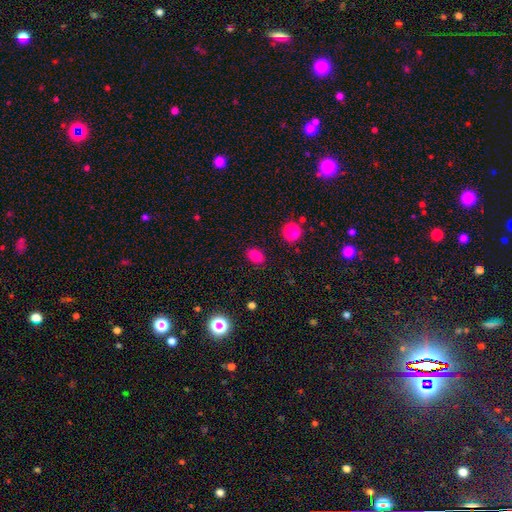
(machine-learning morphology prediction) smooth_or_featured: smooth (p=0.82) [alt: star or artifact p=0.12]
how_rounded: in between (p=0.69) [alt: round p=0.29]
merging: none (p=0.88) [alt: minor disturbance p=0.08]